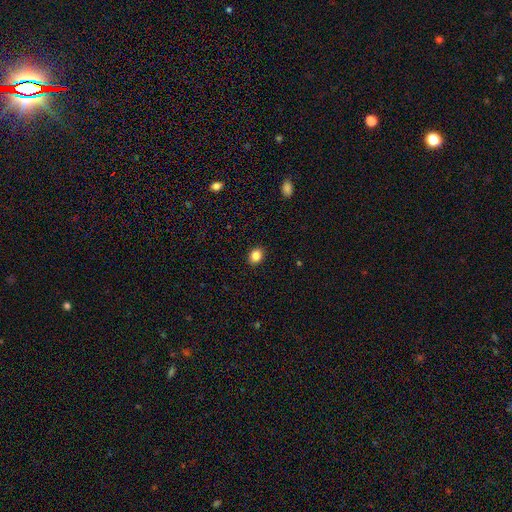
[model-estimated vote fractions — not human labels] Overall: smooth (86%). How rounded: round (52%; in between 47%). Merging: none (90%).